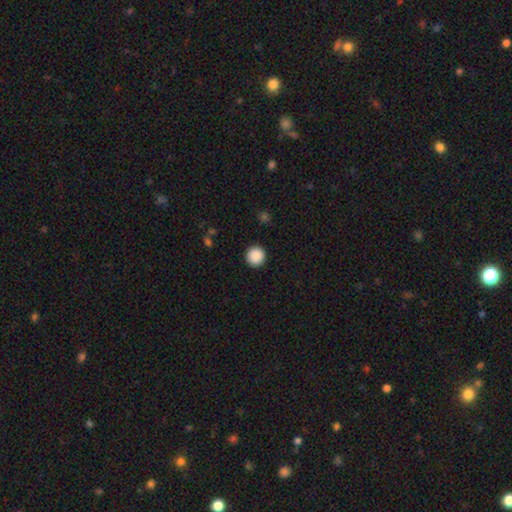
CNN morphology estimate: This is clearly a smooth galaxy (89%). How rounded: clearly round (95%). Merging: clearly none (93%).